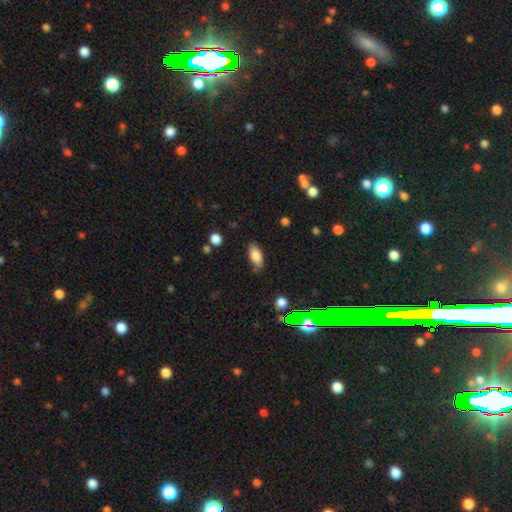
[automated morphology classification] Smooth or featured? smooth (82%)
How rounded? in between (86%)
Merging? none (79%)